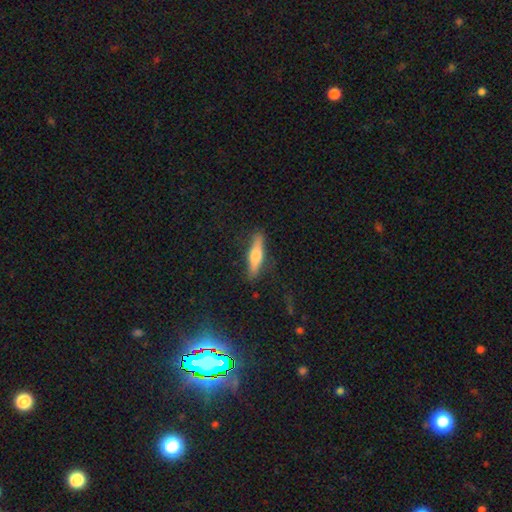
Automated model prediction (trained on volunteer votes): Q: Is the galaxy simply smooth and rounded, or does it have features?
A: smooth — 54%.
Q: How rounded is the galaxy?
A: cigar-shaped — 79%.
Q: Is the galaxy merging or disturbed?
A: none — 86%.